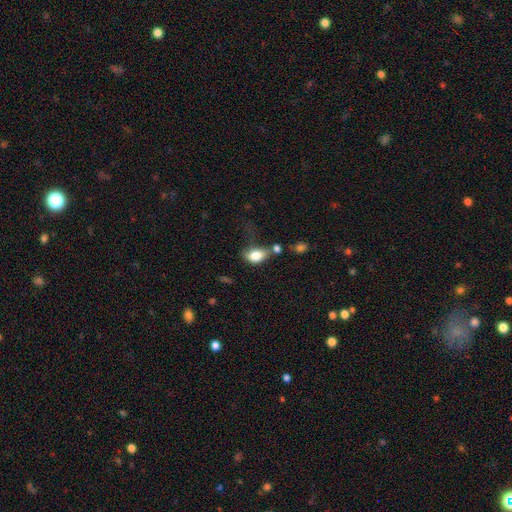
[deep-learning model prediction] smooth_or_featured: smooth (p=0.80) [alt: featured or disk p=0.11]
how_rounded: in between (p=0.81) [alt: round p=0.17]
merging: none (p=0.30) [alt: minor disturbance p=0.27]